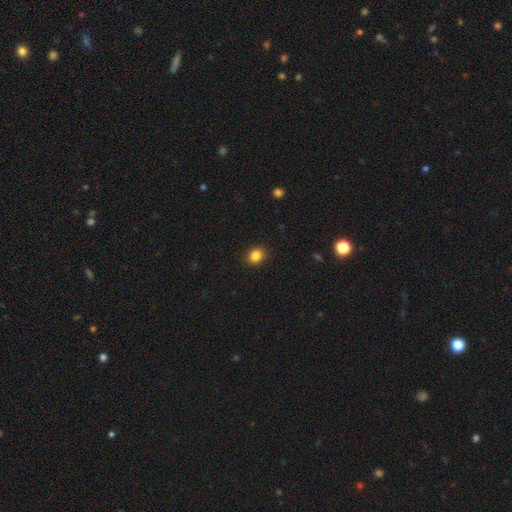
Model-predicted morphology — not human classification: A smooth galaxy with no disk features (84%) that is round (57%). Merging: none (90%).